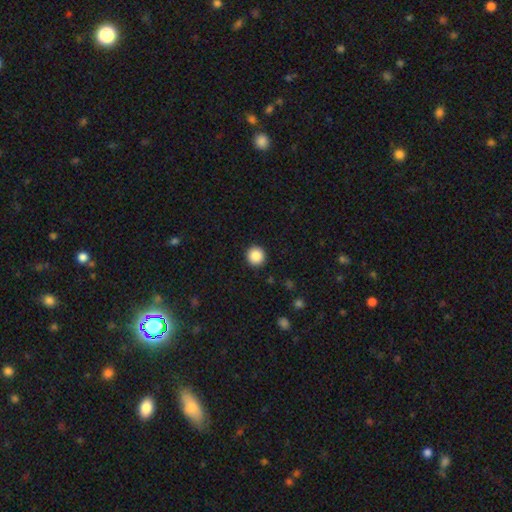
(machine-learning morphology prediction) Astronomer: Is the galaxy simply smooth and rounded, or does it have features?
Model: smooth — 87%.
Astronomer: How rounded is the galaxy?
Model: round — 95%.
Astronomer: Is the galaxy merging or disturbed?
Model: none — 93%.